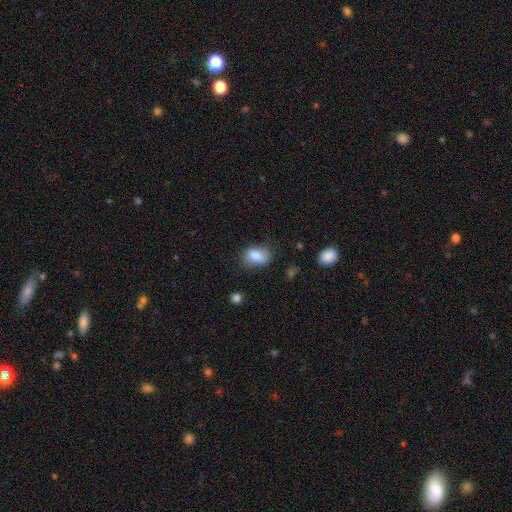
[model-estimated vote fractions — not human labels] This is clearly a smooth galaxy (82%). How rounded: likely in between (78%). Merging: likely none (67%).